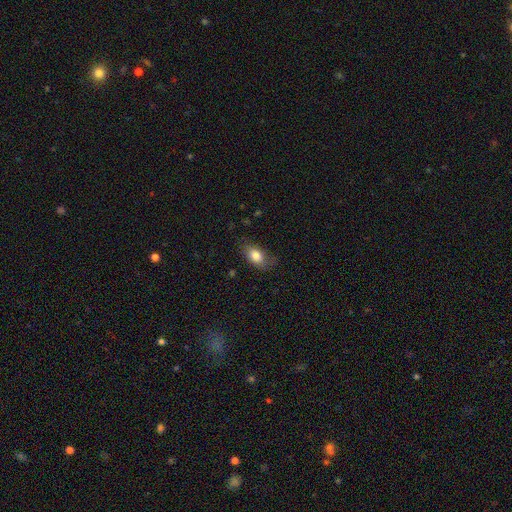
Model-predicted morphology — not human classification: Overall: smooth (81%). How rounded: in between (88%). Merging: none (72%).